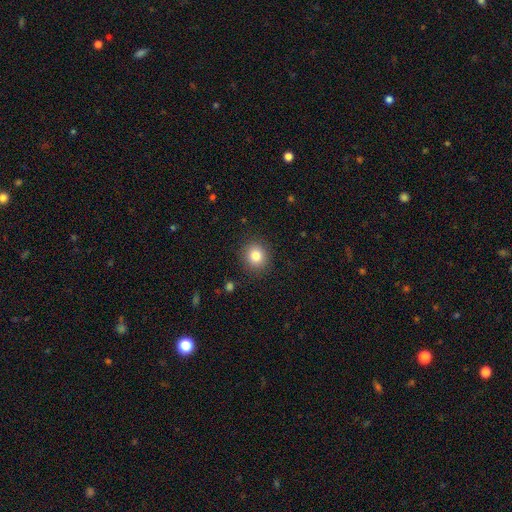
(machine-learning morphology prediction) The model was most divided on "smooth or featured": smooth: 83%, star or artifact: 10%, featured or disk: 6%. More confident: merging — none (89%); how rounded — round (87%).